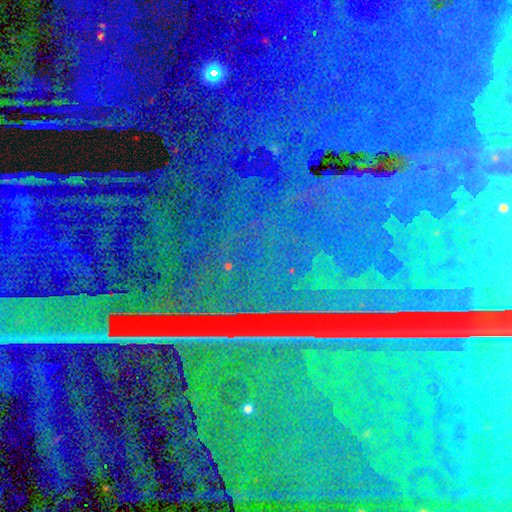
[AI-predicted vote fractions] This is clearly a star or artifact rather than a galaxy (88%).